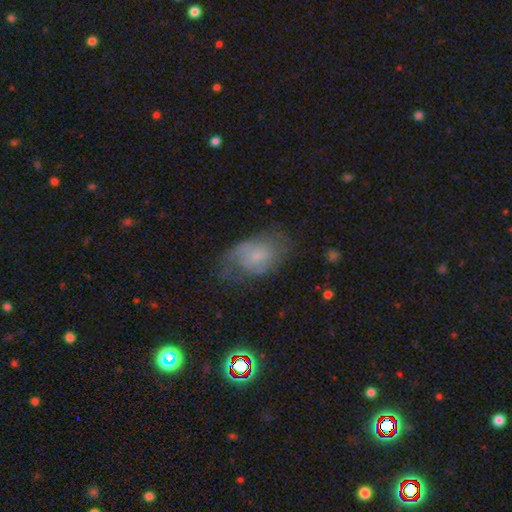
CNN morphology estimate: This is possibly a smooth galaxy (47%). Merging: possibly none (45%).